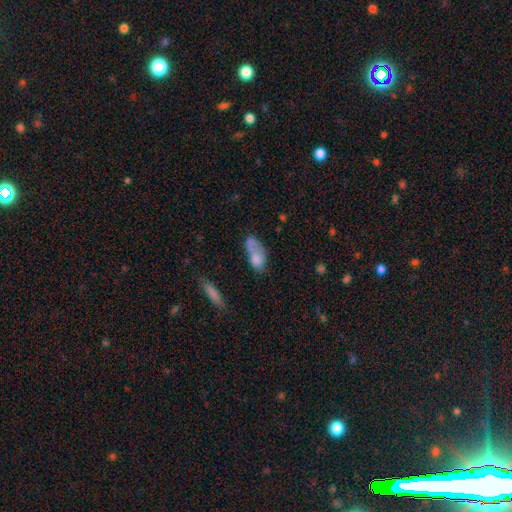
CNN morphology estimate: A smooth galaxy with no disk features (67%) that is in between round and cigar-shaped (82%).

Vote fractions:
- Smooth or featured? smooth: 67% / featured or disk: 24% / star or artifact: 9%
- How rounded? in between: 82% / cigar-shaped: 12% / round: 6%
- Merging? none: 35% / major disturbance: 26% / minor disturbance: 24% / merger: 16%